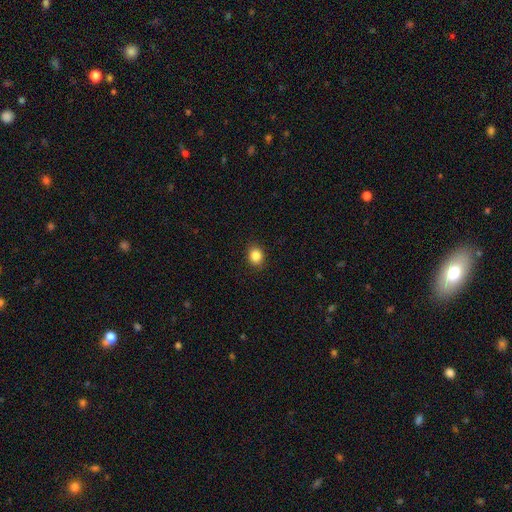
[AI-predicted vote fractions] This is clearly a smooth galaxy (85%). How rounded: likely round (64%). Merging: clearly none (90%).